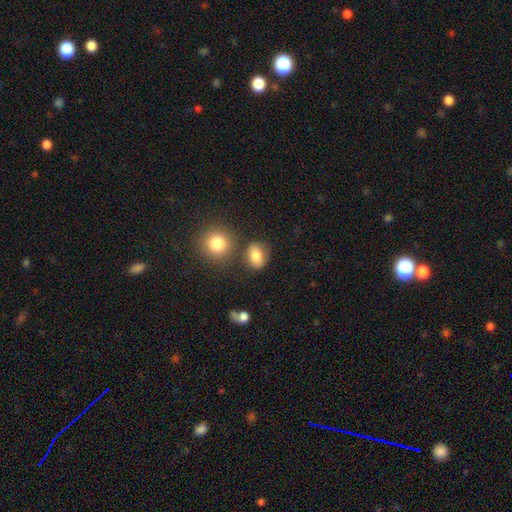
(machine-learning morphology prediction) Q: Smooth or featured?
A: smooth (82%); runner-up: star or artifact (10%)
Q: How rounded?
A: in between (68%); runner-up: round (30%)
Q: Merging?
A: none (71%); runner-up: minor disturbance (15%)